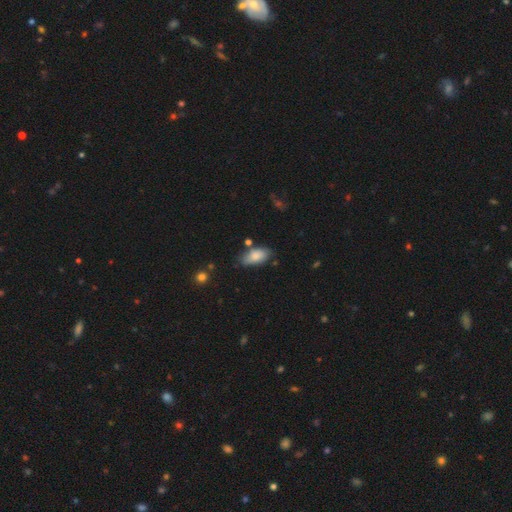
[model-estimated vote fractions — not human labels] Overall: smooth (80%). How rounded: in between (91%). Merging: none (68%).